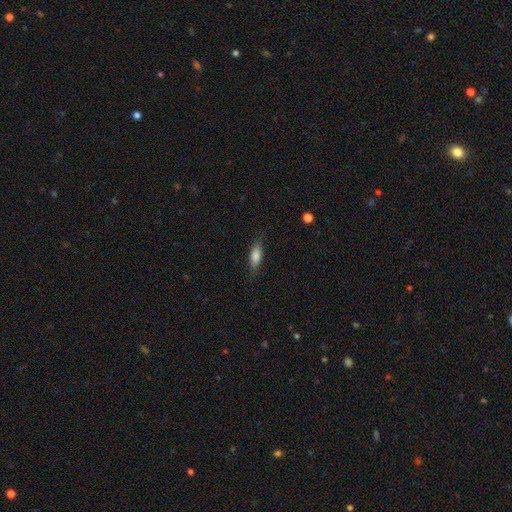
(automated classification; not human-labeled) This appears to be a smooth galaxy with no disk features (79%) that is in between round and cigar-shaped (61%). Merging: none (81%).